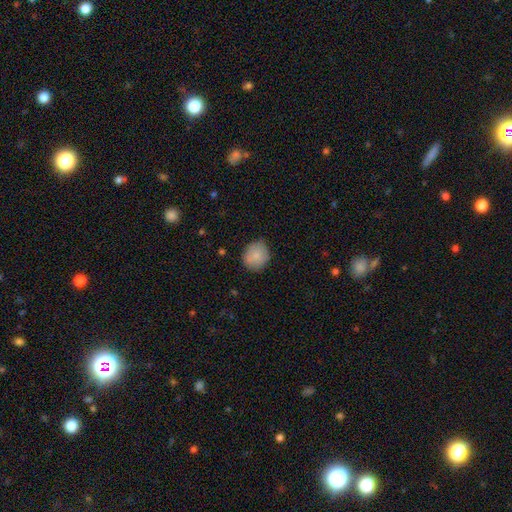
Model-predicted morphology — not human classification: This is clearly a smooth galaxy (84%). How rounded: clearly round (84%). Merging: likely none (78%).